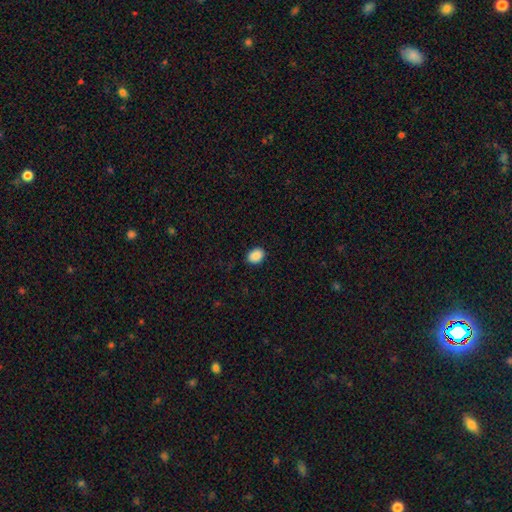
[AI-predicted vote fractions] Overall: smooth (90%). How rounded: in between (66%; round 33%). Merging: none (89%).